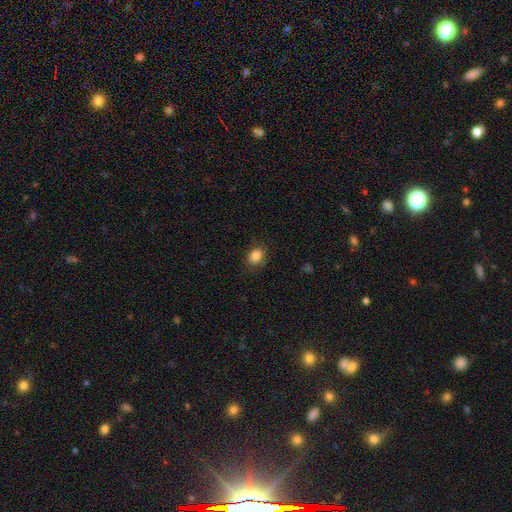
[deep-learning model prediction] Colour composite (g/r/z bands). It shows a smooth galaxy with no disk features (85%) that is in between round and cigar-shaped (65%). Merging: none (83%).